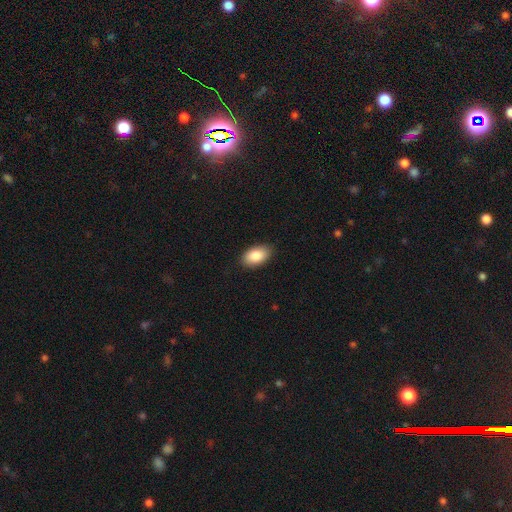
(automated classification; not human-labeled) This appears to be a smooth galaxy with no disk features (86%) that is in between round and cigar-shaped (93%). Merging: none (88%).